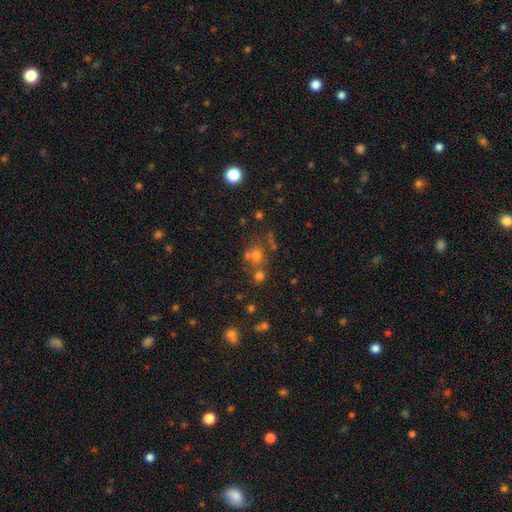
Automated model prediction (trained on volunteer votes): smooth-or-featured: smooth: 52% | star or artifact: 34% | featured or disk: 14%
  how-rounded: round: 83% | in between: 16% | cigar-shaped: 1%
  merging: none: 56% | merger: 29% | minor disturbance: 9% | major disturbance: 5%